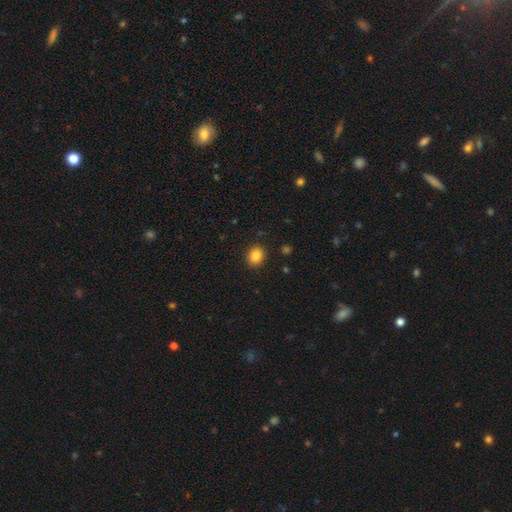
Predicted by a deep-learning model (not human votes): Smooth or featured?
  - smooth: 85% *
  - star or artifact: 10%
  - featured or disk: 5%
How rounded?
  - round: 65% *
  - in between: 34%
  - cigar-shaped: 1%
Merging?
  - none: 90% *
  - minor disturbance: 7%
  - major disturbance: 2%
  - merger: 1%